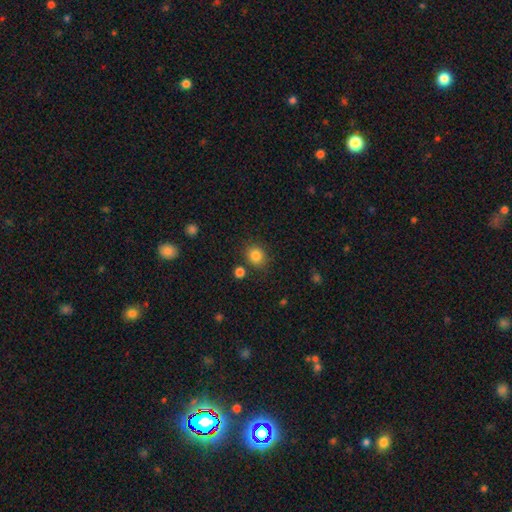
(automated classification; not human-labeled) Q: Smooth or featured?
A: smooth (84%); runner-up: star or artifact (11%)
Q: How rounded?
A: round (77%); runner-up: in between (22%)
Q: Merging?
A: none (81%); runner-up: minor disturbance (10%)